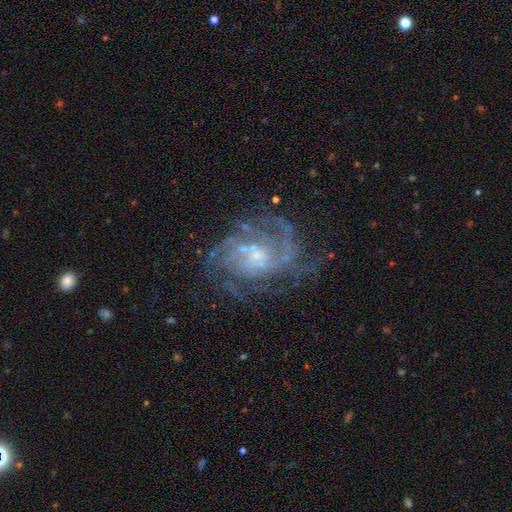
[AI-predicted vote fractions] featured or disk 86%, star or artifact 8%, smooth 6%. Down the decision tree: edge-on disk — no (98%); bar — no (66%); spiral arms — yes (94%); spiral arm count — can't tell (27%); spiral winding — tight (45%); bulge size — small (65%); merging — none (63%).